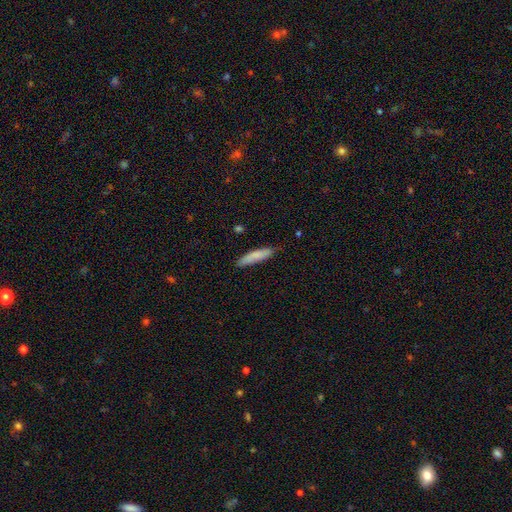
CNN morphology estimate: Smooth or featured?
  - smooth: 81% *
  - featured or disk: 13%
  - star or artifact: 6%
How rounded?
  - cigar-shaped: 81% *
  - in between: 17%
  - round: 1%
Merging?
  - none: 82% *
  - minor disturbance: 14%
  - major disturbance: 2%
  - merger: 1%